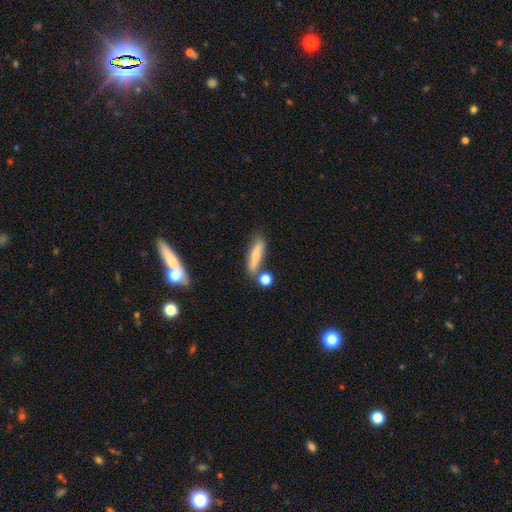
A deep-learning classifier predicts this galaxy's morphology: The model was most divided on "smooth or featured": smooth: 61%, featured or disk: 31%, star or artifact: 8%. More confident: how rounded — cigar-shaped (64%); merging — none (63%).